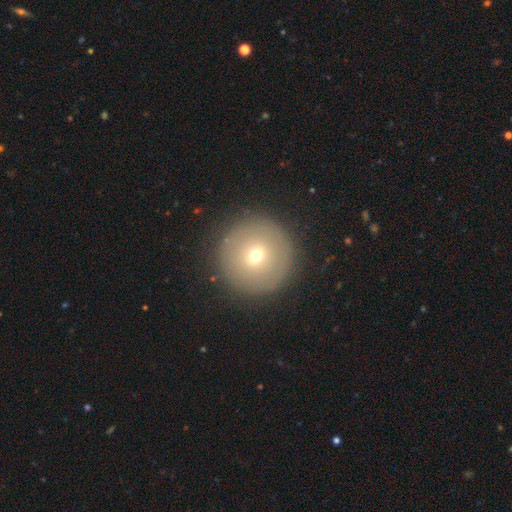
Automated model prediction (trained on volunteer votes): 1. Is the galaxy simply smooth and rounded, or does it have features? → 64% smooth, 23% featured or disk, 13% star or artifact.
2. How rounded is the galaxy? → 96% round, 3% in between, 1% cigar-shaped.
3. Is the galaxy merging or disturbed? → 89% none, 7% minor disturbance, 3% major disturbance, 1% merger.